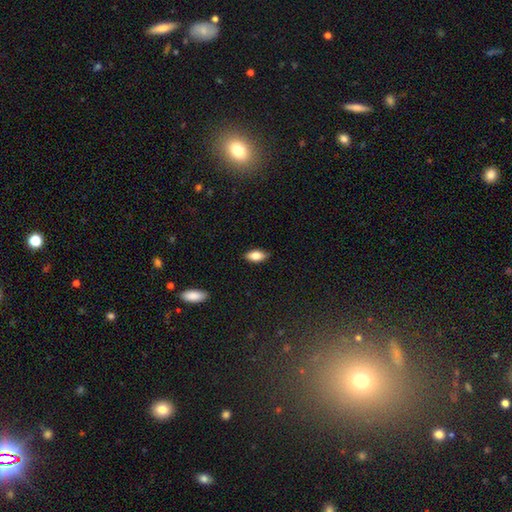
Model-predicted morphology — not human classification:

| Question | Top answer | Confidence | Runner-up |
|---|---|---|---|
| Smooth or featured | smooth | 77% | featured or disk (16%) |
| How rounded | in between | 87% | cigar-shaped (9%) |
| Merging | none | 85% | minor disturbance (11%) |